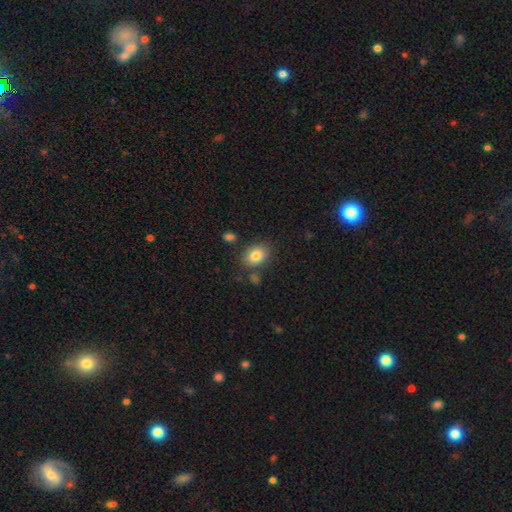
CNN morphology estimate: This is clearly a smooth galaxy (82%). How rounded: likely in between (66%). Merging: likely none (78%).